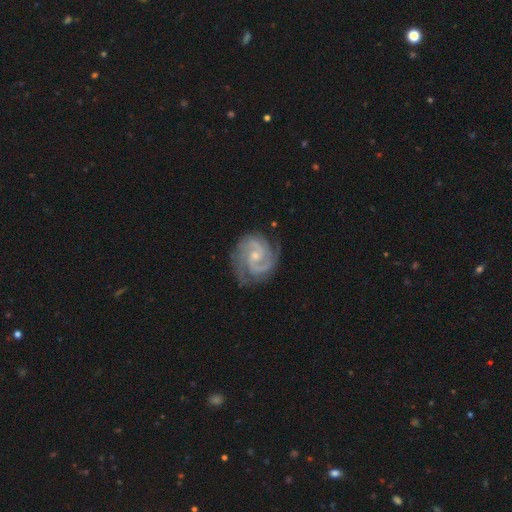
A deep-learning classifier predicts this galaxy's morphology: This is clearly a featured or disk galaxy (93%). It is clearly not viewed edge-on (98%). Bar: possibly no (56%). Spiral arm pattern: clearly yes (99%). Spiral arm count: likely 2 (73%). Spiral winding: possibly tight (55%). Central bulge: likely small (62%). Merging: likely none (78%).